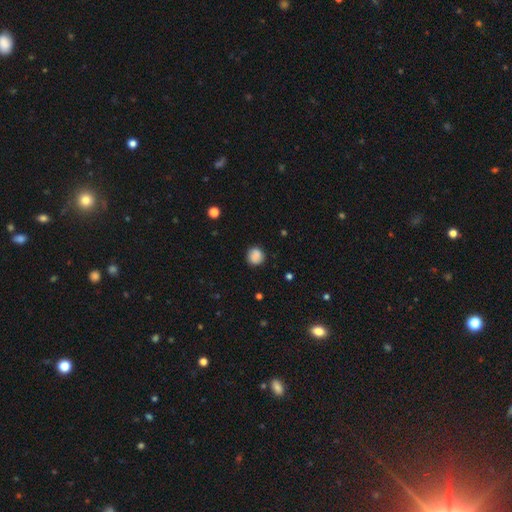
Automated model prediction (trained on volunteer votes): smooth_or_featured: smooth (p=0.86) [alt: star or artifact p=0.09]
how_rounded: round (p=0.88) [alt: in between p=0.11]
merging: none (p=0.86) [alt: minor disturbance p=0.11]